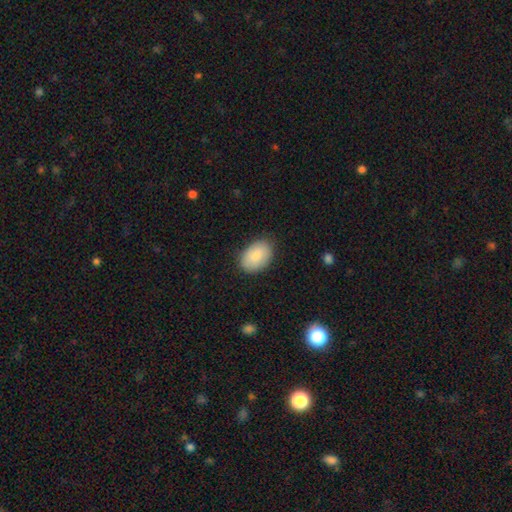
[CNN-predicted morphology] Overall: smooth (87%). How rounded: in between (88%). Merging: none (83%).